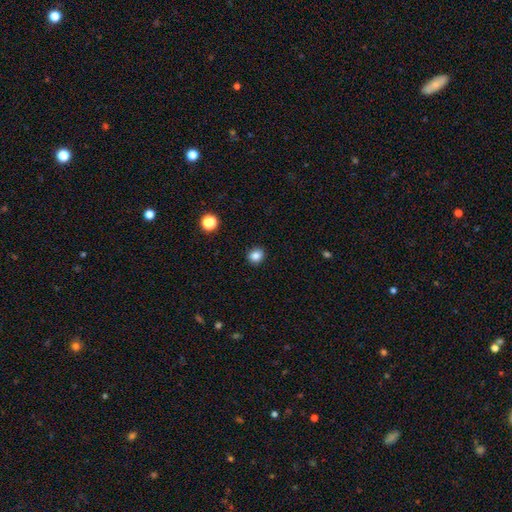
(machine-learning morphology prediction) A smooth galaxy with no disk features (84%) that is round (78%).

Vote fractions:
- Smooth or featured? smooth: 84% / star or artifact: 11% / featured or disk: 5%
- How rounded? round: 78% / in between: 21% / cigar-shaped: 1%
- Merging? none: 91% / minor disturbance: 6% / major disturbance: 2% / merger: 1%